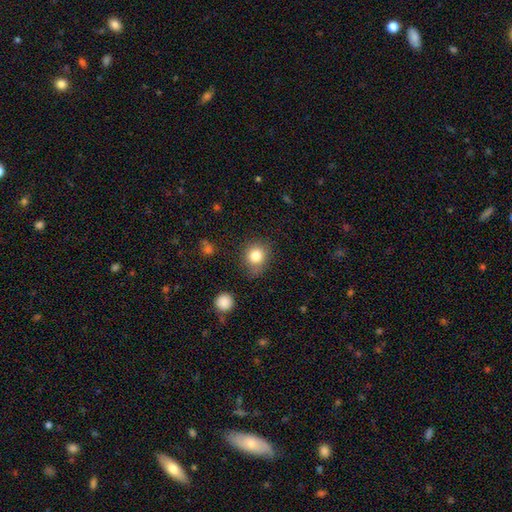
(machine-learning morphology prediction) smooth 83%, star or artifact 10%, featured or disk 7%. Down the decision tree: how rounded — round (78%); merging — none (71%).